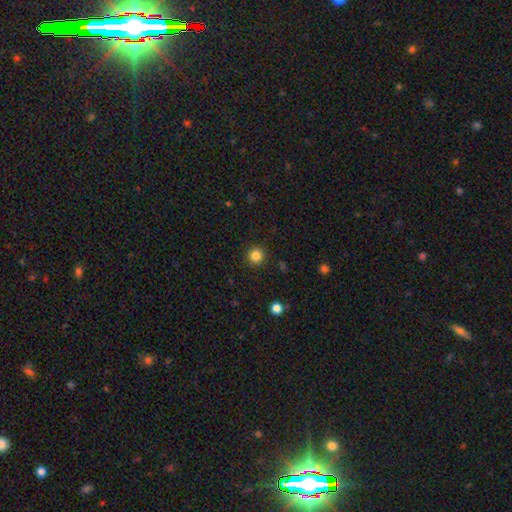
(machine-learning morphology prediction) Smooth or featured?
  - smooth: 84% *
  - star or artifact: 12%
  - featured or disk: 4%
How rounded?
  - round: 94% *
  - in between: 5%
  - cigar-shaped: 1%
Merging?
  - none: 91% *
  - minor disturbance: 6%
  - major disturbance: 2%
  - merger: 1%